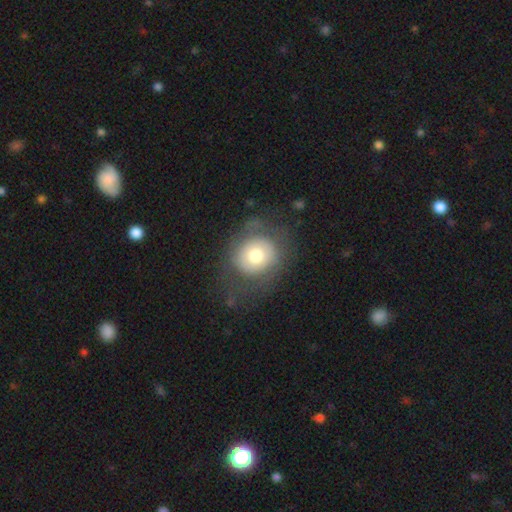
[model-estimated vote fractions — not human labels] This is likely a smooth galaxy (65%). How rounded: clearly round (82%). Merging: likely none (65%).